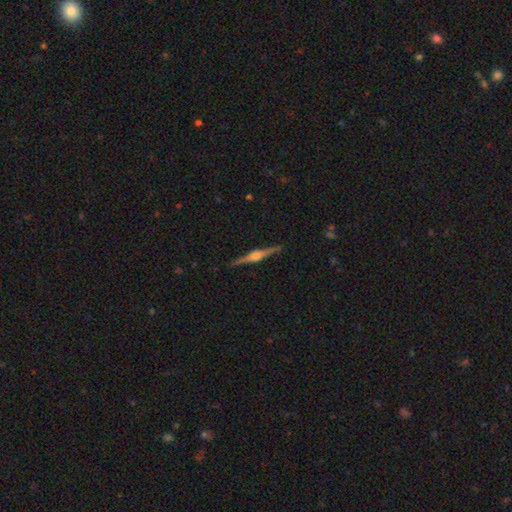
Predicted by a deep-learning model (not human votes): smooth_or_featured: featured or disk (p=0.84) [alt: smooth p=0.10]
disk_edge_on: yes (p=0.98) [alt: no p=0.02]
edge_on_bulge: rounded (p=0.76) [alt: boxy p=0.20]
merging: none (p=0.91) [alt: minor disturbance p=0.07]